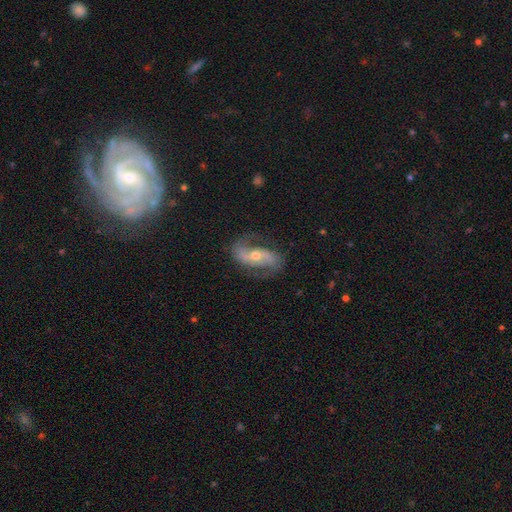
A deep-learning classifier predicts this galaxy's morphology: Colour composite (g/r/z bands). It shows a featured or disk galaxy (85%) with a weak bar (35%, tied with no), 2 (91%) loose (44%) spiral arms (95%) and a moderate central bulge (57%). Merging: none (75%).